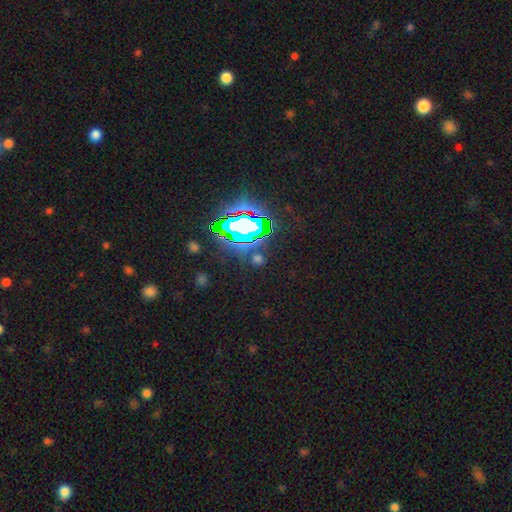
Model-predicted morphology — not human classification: Smooth or featured? Predicted: star or artifact (p=0.74).